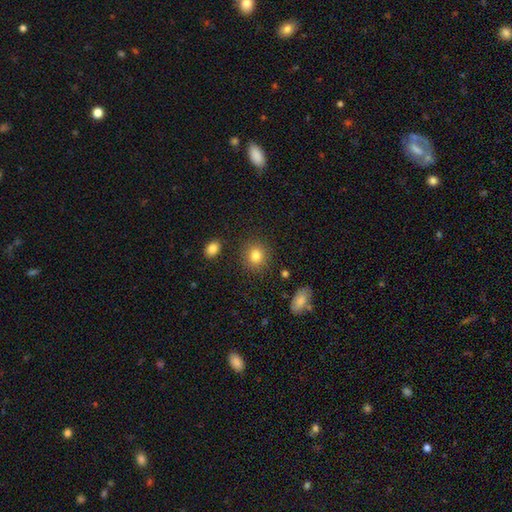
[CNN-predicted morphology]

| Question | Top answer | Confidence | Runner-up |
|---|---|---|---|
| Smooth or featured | smooth | 83% | star or artifact (10%) |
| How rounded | round | 82% | in between (17%) |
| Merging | none | 88% | minor disturbance (7%) |